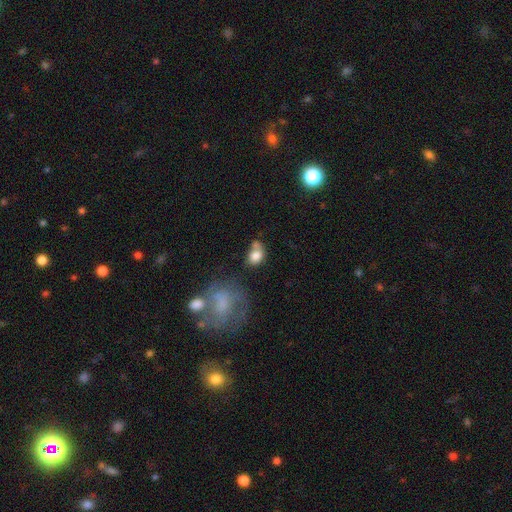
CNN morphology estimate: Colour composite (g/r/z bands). It shows a smooth galaxy with no disk features (78%) that is in between round and cigar-shaped (59%). Merging: none (35%).